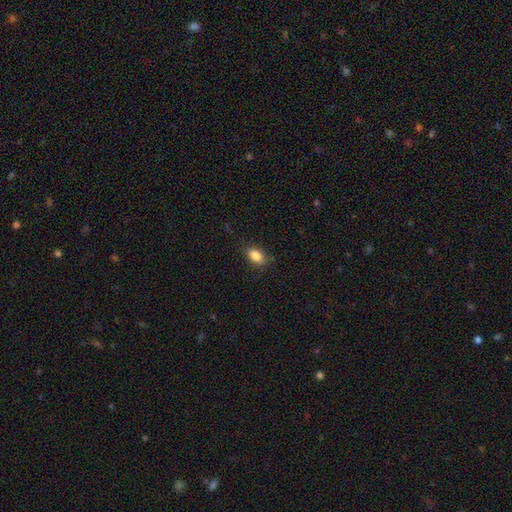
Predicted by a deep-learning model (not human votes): Smooth or featured? Predicted: smooth (p=0.86). How rounded? Predicted: in between (p=0.87). Merging? Predicted: none (p=0.84).